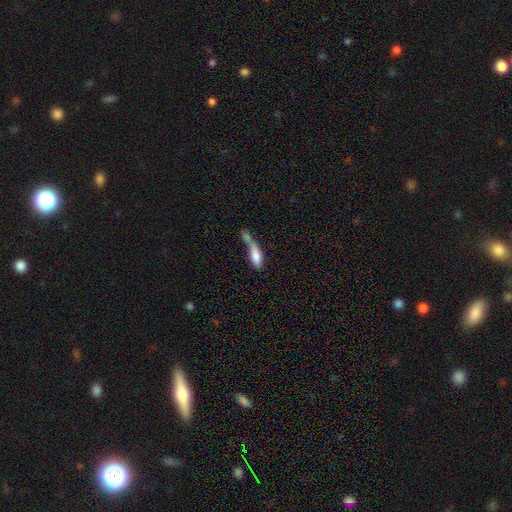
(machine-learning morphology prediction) The model was most divided on "how rounded": in between: 66%, cigar-shaped: 30%, round: 4%. More confident: smooth or featured — smooth (74%); merging — merger (60%).